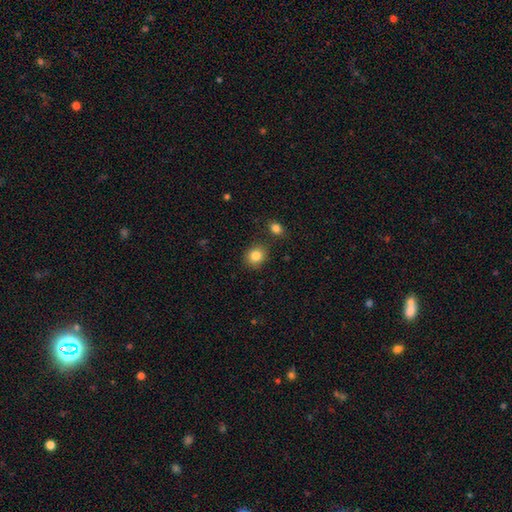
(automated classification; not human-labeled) Q: Smooth or featured?
A: smooth (85%); runner-up: star or artifact (10%)
Q: How rounded?
A: round (76%); runner-up: in between (23%)
Q: Merging?
A: none (84%); runner-up: minor disturbance (9%)